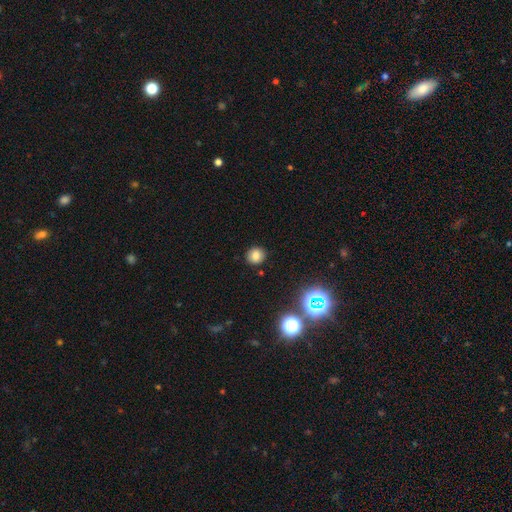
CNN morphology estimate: This appears to be a smooth galaxy with no disk features (77%) that is round (86%). Merging: none (89%).